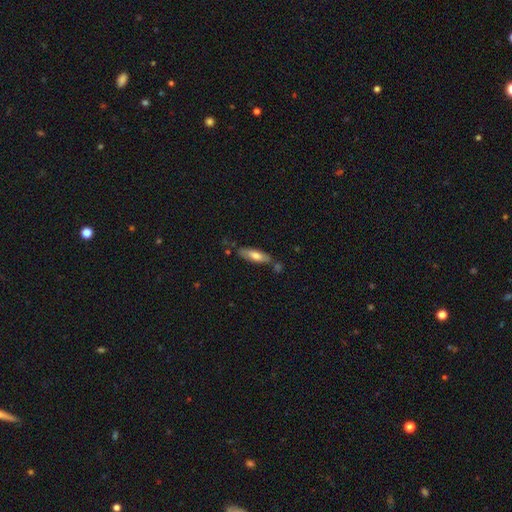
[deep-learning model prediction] Smooth or featured? smooth (64%)
How rounded? cigar-shaped (59%)
Merging? none (70%)